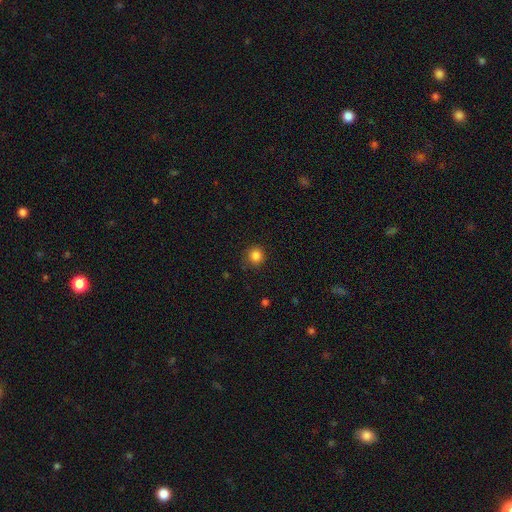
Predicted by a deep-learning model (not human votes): This is clearly a smooth galaxy (84%). How rounded: clearly round (93%). Merging: clearly none (88%).